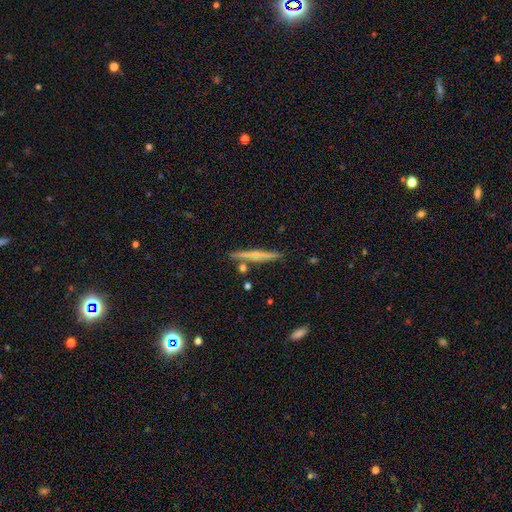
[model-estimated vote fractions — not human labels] Smooth or featured? featured or disk (59%)
Edge-on disk? yes (97%)
Edge-on bulge? none (49%)
Merging? none (85%)